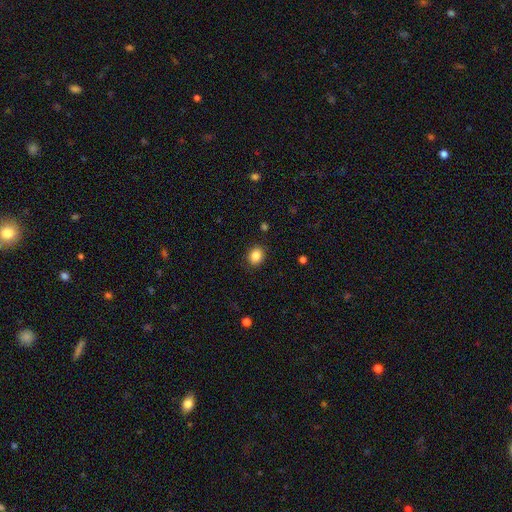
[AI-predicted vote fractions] smooth_or_featured: smooth (p=0.86) [alt: star or artifact p=0.09]
how_rounded: round (p=0.55) [alt: in between p=0.44]
merging: none (p=0.88) [alt: minor disturbance p=0.09]